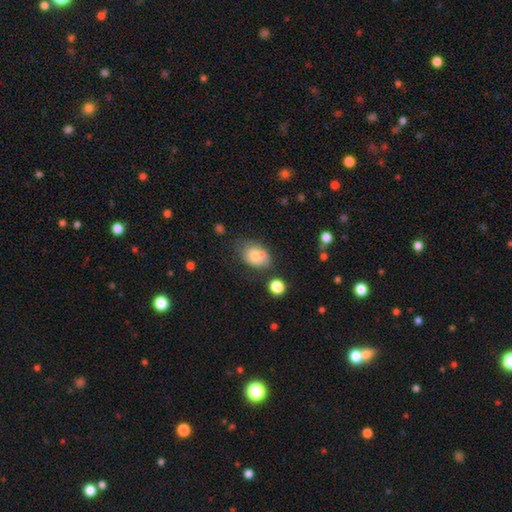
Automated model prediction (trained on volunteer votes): smooth 73%, featured or disk 18%, star or artifact 9%. Down the decision tree: how rounded — in between (79%); merging — none (57%).